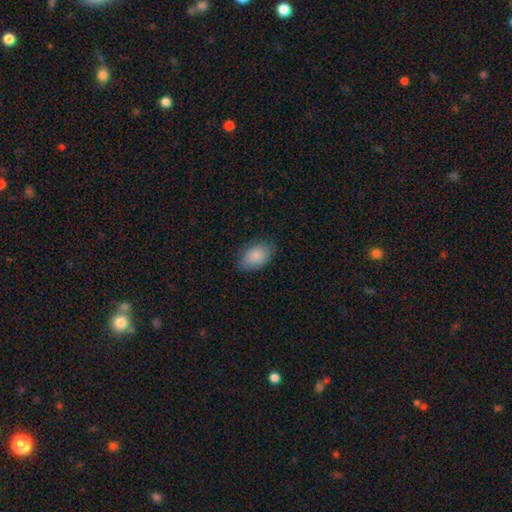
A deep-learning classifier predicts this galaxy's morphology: Smooth or featured?
  - smooth: 85% *
  - featured or disk: 8%
  - star or artifact: 7%
How rounded?
  - in between: 88% *
  - round: 10%
  - cigar-shaped: 1%
Merging?
  - none: 80% *
  - minor disturbance: 16%
  - major disturbance: 4%
  - merger: 1%